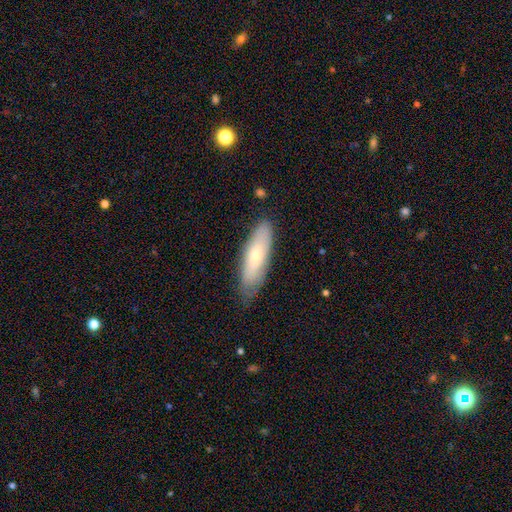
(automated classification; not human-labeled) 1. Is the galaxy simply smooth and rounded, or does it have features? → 60% smooth, 33% featured or disk, 7% star or artifact.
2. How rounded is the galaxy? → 51% cigar-shaped, 48% in between, 2% round.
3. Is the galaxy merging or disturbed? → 75% none, 20% minor disturbance, 4% major disturbance, 1% merger.